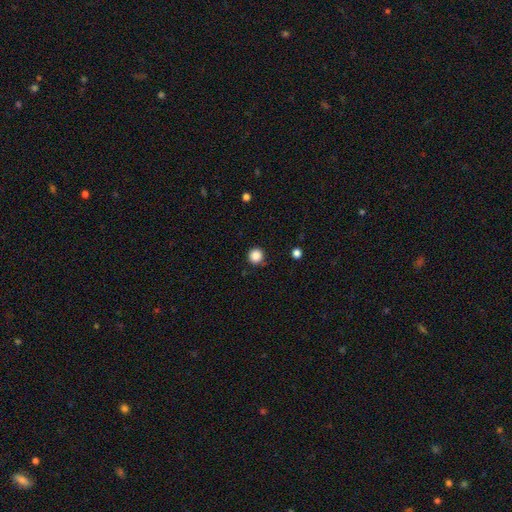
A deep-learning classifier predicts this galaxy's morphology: type=smooth (87%); roundness=round (94%); merging=none (87%).